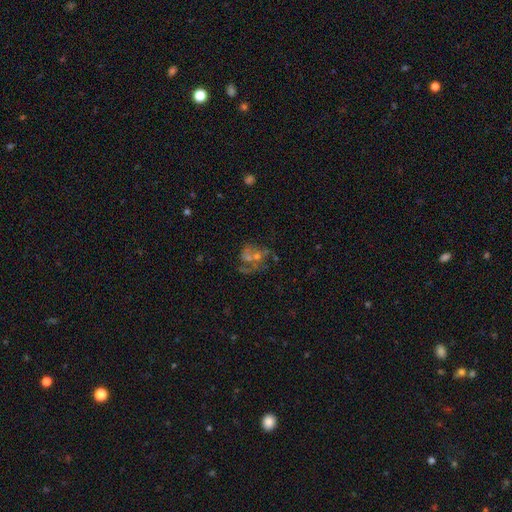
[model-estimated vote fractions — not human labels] A featured or disk galaxy (56%) with no bar (76%), spiral arms (55%) and a small central bulge (37%).

Vote fractions:
- Smooth or featured? featured or disk: 56% / smooth: 22% / star or artifact: 21%
- Edge-on disk? no: 98% / yes: 2%
- Bar? no: 76% / weak: 19% / strong: 5%
- Spiral arms? yes: 55% / no: 45%
- Bulge size? small: 37% / moderate: 35% / none: 21% / large: 5% / dominant: 2%
- Merging? none: 37% / major disturbance: 26% / merger: 22% / minor disturbance: 15%